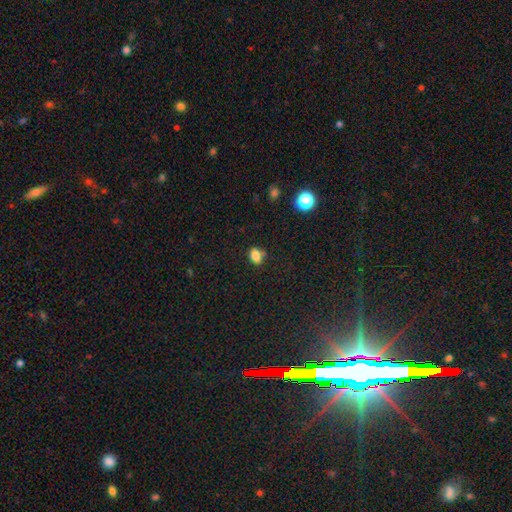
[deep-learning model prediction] smooth_or_featured: smooth (p=0.80) [alt: star or artifact p=0.13]
how_rounded: in between (p=0.63) [alt: round p=0.36]
merging: none (p=0.65) [alt: minor disturbance p=0.19]